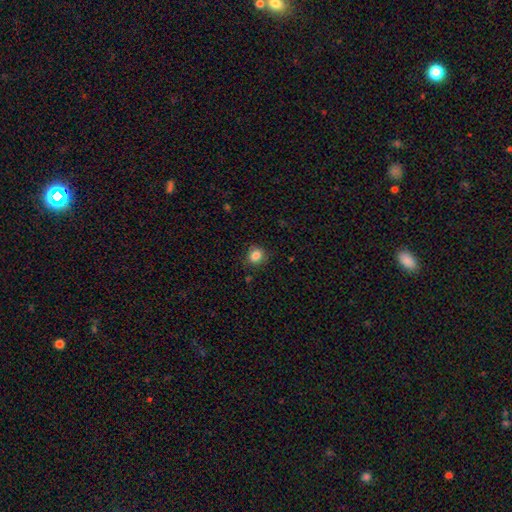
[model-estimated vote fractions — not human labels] A smooth galaxy with no disk features (85%) that is round (72%).

Vote fractions:
- Smooth or featured? smooth: 85% / star or artifact: 10% / featured or disk: 5%
- How rounded? round: 72% / in between: 27% / cigar-shaped: 1%
- Merging? none: 84% / minor disturbance: 12% / major disturbance: 3% / merger: 1%